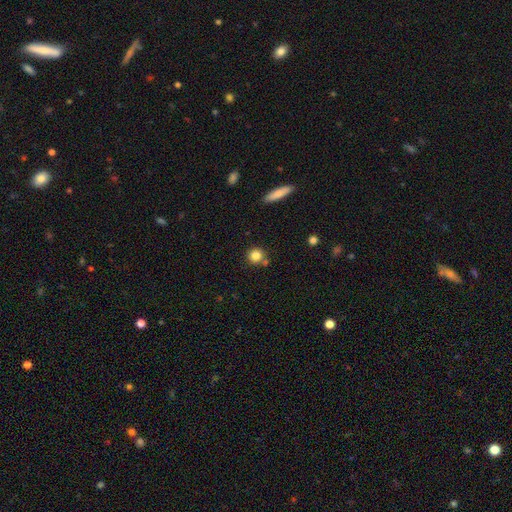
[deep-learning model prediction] Smooth or featured?
  - smooth: 82% *
  - star or artifact: 11%
  - featured or disk: 7%
How rounded?
  - round: 92% *
  - in between: 7%
  - cigar-shaped: 1%
Merging?
  - none: 76% *
  - merger: 12%
  - minor disturbance: 10%
  - major disturbance: 3%